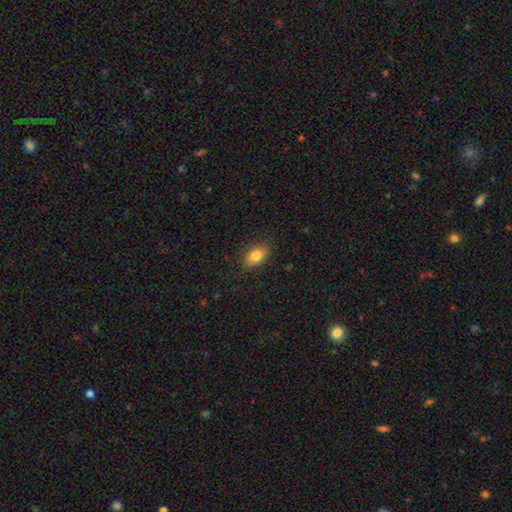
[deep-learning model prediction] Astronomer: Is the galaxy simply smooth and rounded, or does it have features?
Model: smooth — 82%.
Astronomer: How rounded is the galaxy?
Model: in between — 88%.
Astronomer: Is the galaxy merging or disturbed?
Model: none — 86%.